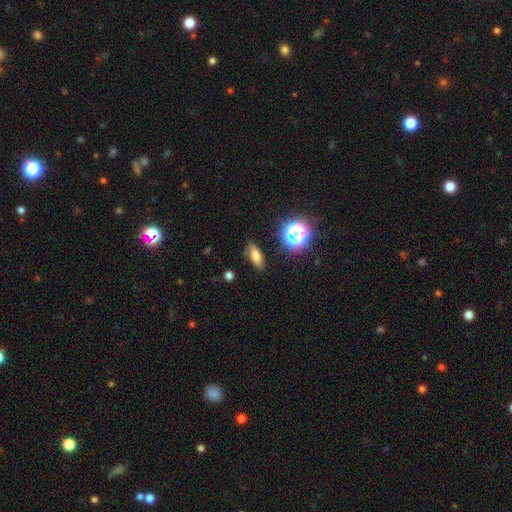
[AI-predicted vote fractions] Smooth or featured?
  - smooth: 71% *
  - star or artifact: 16%
  - featured or disk: 14%
How rounded?
  - in between: 67% *
  - cigar-shaped: 24%
  - round: 9%
Merging?
  - none: 84% *
  - minor disturbance: 11%
  - major disturbance: 3%
  - merger: 2%